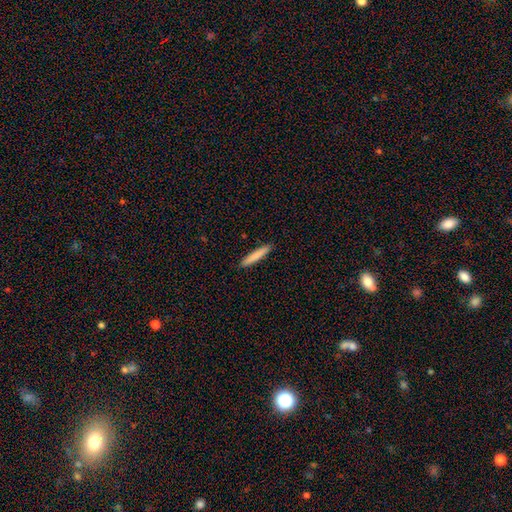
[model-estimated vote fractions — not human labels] Q: Smooth or featured?
A: smooth (82%); runner-up: featured or disk (12%)
Q: How rounded?
A: cigar-shaped (93%); runner-up: in between (6%)
Q: Merging?
A: none (92%); runner-up: minor disturbance (6%)